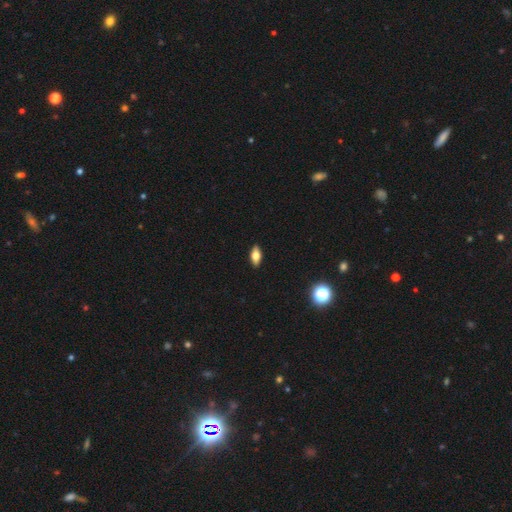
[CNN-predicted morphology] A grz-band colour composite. It shows a smooth galaxy with no disk features (64%) that is in between round and cigar-shaped (81%). Merging: none (90%).